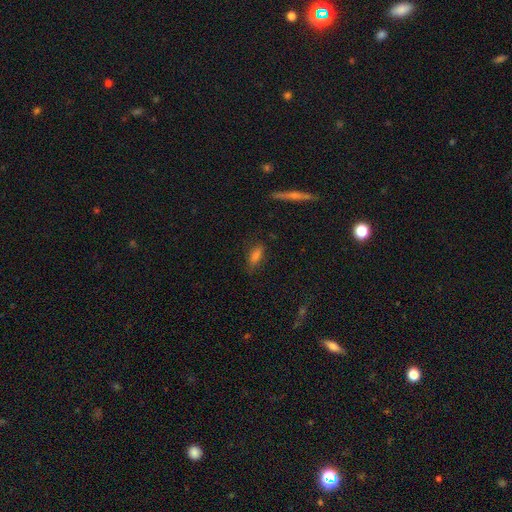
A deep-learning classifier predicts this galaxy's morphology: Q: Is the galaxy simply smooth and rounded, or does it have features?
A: smooth — 68%.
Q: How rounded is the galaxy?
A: in between — 70%.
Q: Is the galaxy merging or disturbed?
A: none — 79%.